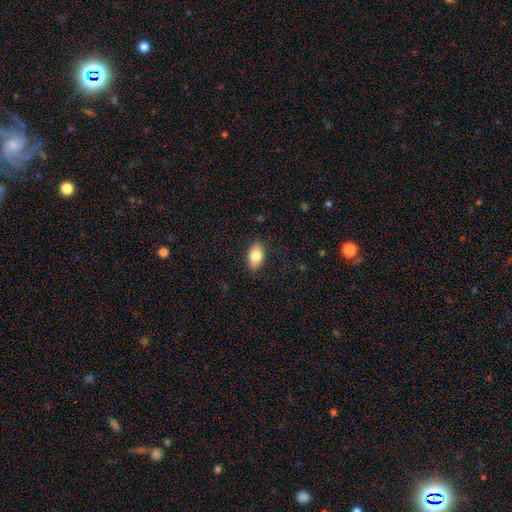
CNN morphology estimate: Overall: smooth (82%). How rounded: in between (92%). Merging: none (86%).